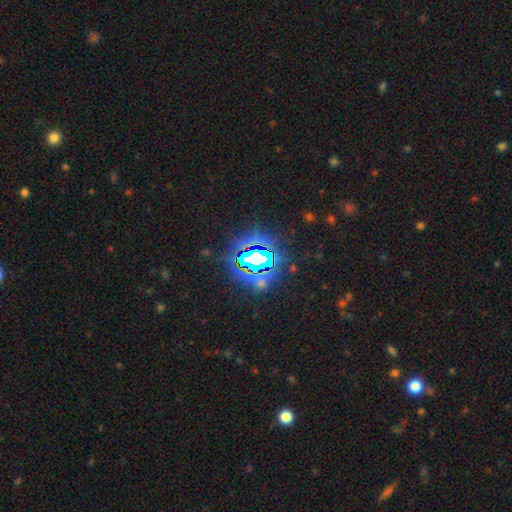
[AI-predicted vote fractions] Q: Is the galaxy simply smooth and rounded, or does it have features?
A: star or artifact — 77%.